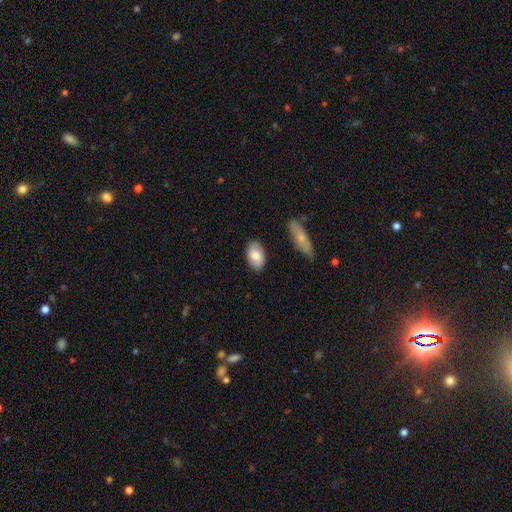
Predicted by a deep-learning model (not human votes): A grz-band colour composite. It shows a smooth galaxy with no disk features (80%) that is in between round and cigar-shaped (93%). Merging: none (84%).